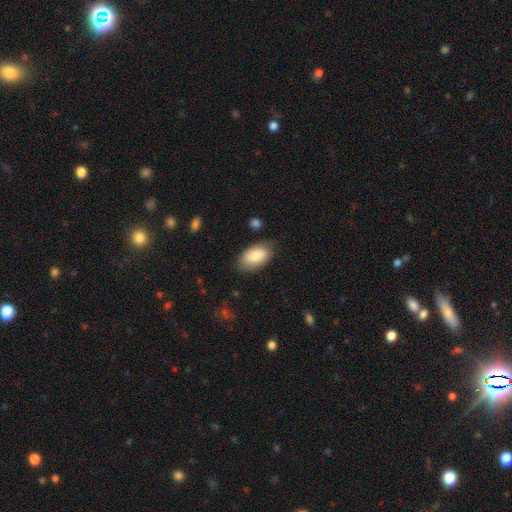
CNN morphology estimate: The model was most divided on "merging": none: 75%, minor disturbance: 18%, major disturbance: 4%, merger: 2%. More confident: how rounded — in between (94%); smooth or featured — smooth (79%).